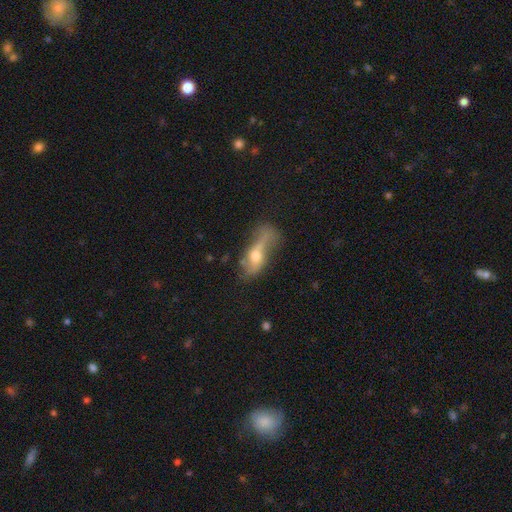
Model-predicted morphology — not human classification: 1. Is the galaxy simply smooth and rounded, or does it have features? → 58% featured or disk, 32% smooth, 10% star or artifact.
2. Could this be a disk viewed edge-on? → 69% no, 31% yes.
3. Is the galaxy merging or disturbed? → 42% none, 26% minor disturbance, 24% major disturbance, 8% merger.